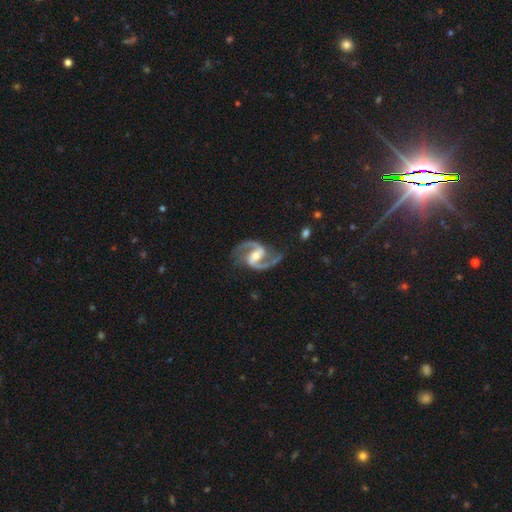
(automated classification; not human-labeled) Q: Smooth or featured?
A: featured or disk (93%); runner-up: star or artifact (4%)
Q: Edge-on disk?
A: no (98%); runner-up: yes (2%)
Q: Bar?
A: weak (41%); runner-up: strong (40%)
Q: Spiral arms?
A: yes (98%); runner-up: no (2%)
Q: Spiral winding?
A: medium (63%); runner-up: loose (24%)
Q: Spiral arm count?
A: 2 (94%); runner-up: 1 (1%)
Q: Bulge size?
A: moderate (60%); runner-up: small (33%)
Q: Merging?
A: none (79%); runner-up: minor disturbance (13%)